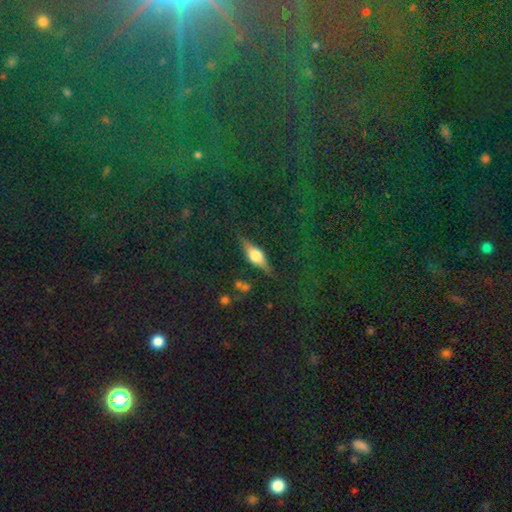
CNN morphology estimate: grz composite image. It shows a featured or disk galaxy (56%) viewed edge-on (91%) with a rounded central bulge (93%). Merging: none (82%).